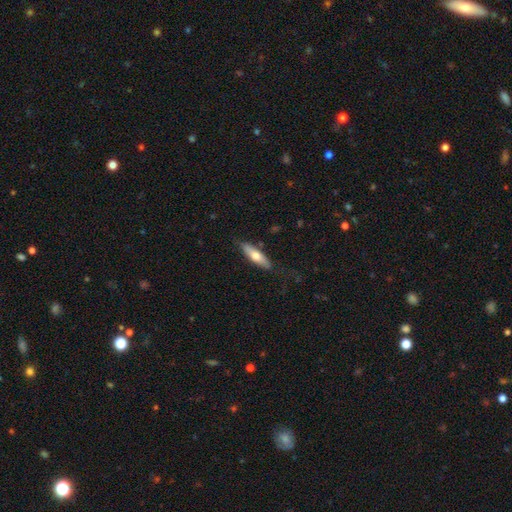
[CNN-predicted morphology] smooth_or_featured: smooth (p=0.62) [alt: featured or disk p=0.32]
how_rounded: cigar-shaped (p=0.56) [alt: in between p=0.42]
merging: none (p=0.78) [alt: minor disturbance p=0.16]